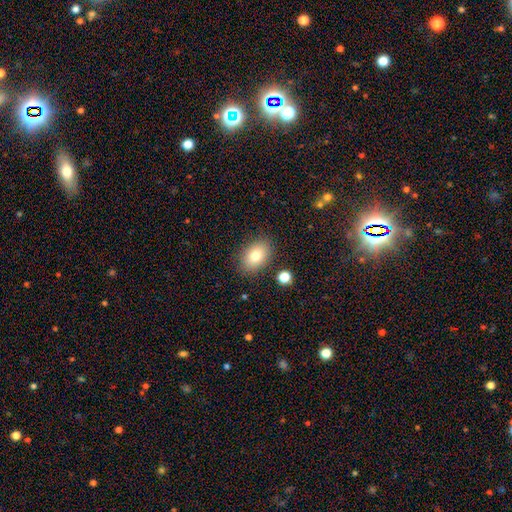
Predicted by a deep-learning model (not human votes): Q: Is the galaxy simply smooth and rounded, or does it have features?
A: smooth — 79%.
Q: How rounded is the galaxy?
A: in between — 83%.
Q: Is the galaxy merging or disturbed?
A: none — 85%.